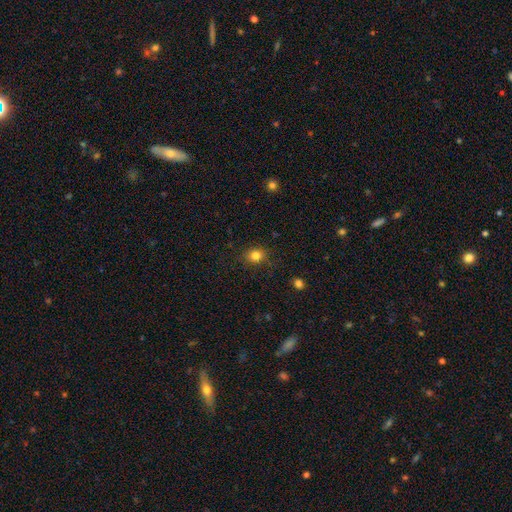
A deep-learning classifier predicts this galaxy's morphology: A smooth galaxy with no disk features (81%) that is round (70%). Merging: none (84%).